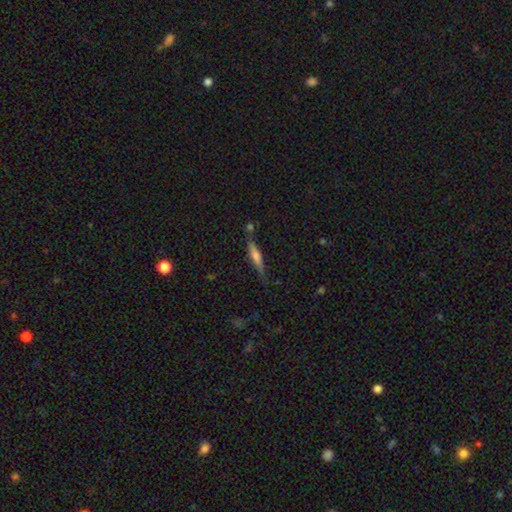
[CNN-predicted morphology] The model was most divided on "smooth or featured": smooth: 52%, featured or disk: 41%, star or artifact: 8%. More confident: how rounded — cigar-shaped (86%); merging — none (71%).